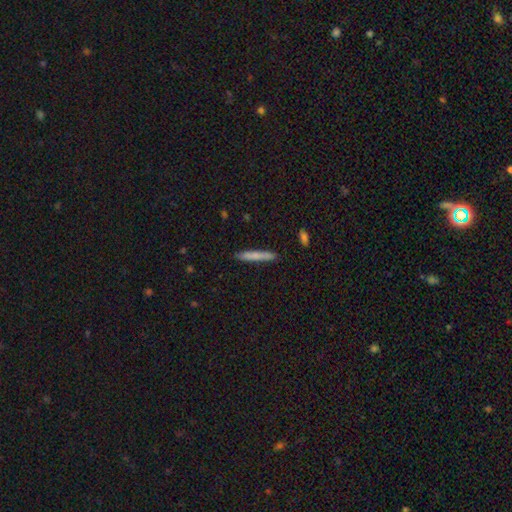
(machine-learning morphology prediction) A smooth galaxy with no disk features (71%) that is cigar-shaped (95%). Merging: none (89%).